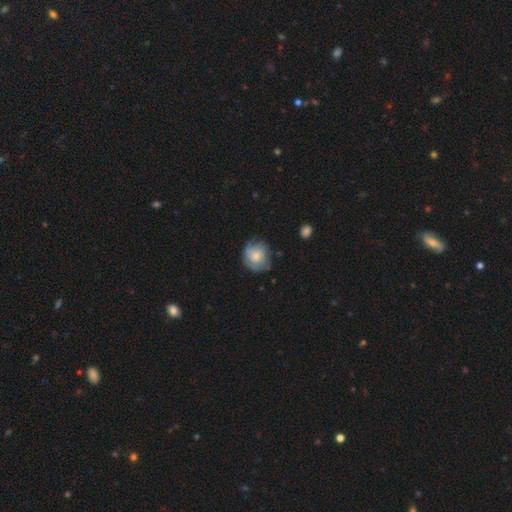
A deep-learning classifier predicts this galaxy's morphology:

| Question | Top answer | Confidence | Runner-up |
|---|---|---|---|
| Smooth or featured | smooth | 59% | featured or disk (34%) |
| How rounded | round | 78% | in between (21%) |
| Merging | none | 60% | minor disturbance (28%) |